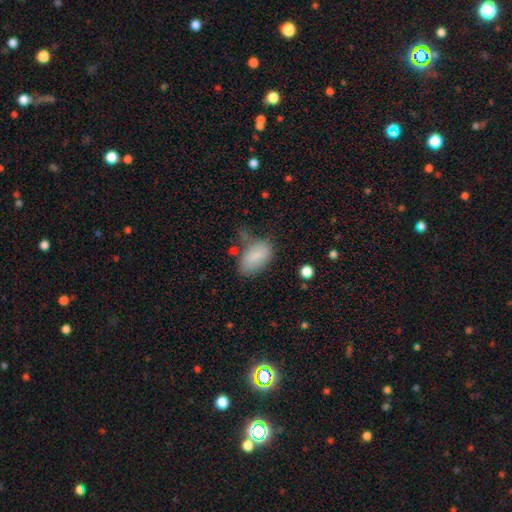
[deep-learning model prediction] Morphology: type=smooth (79%); roundness=in between (92%); merging=none (56%).